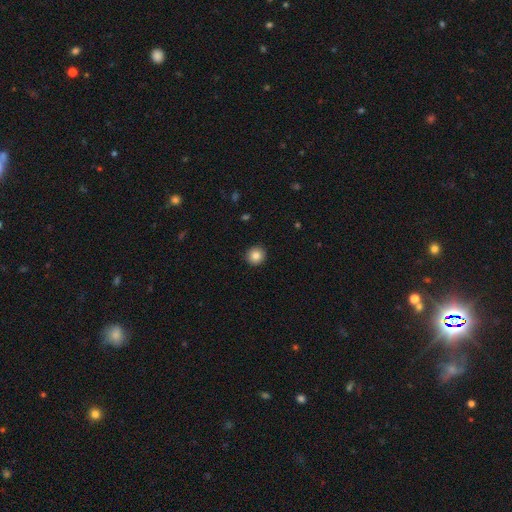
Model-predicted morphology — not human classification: Smooth or featured? Predicted: smooth (p=0.85). How rounded? Predicted: round (p=0.93). Merging? Predicted: none (p=0.92).